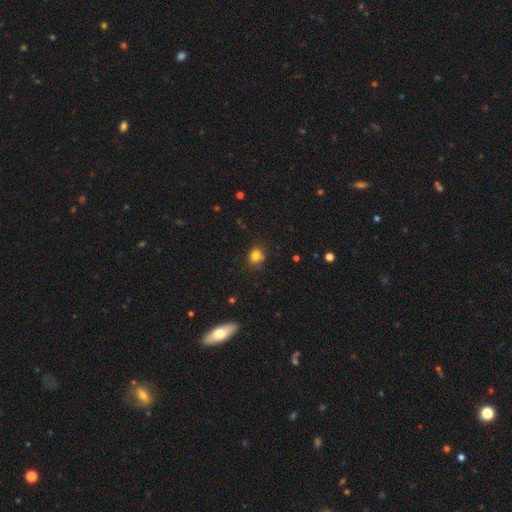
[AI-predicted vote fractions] This appears to be a smooth galaxy with no disk features (79%) that is round (70%). Merging: none (70%).